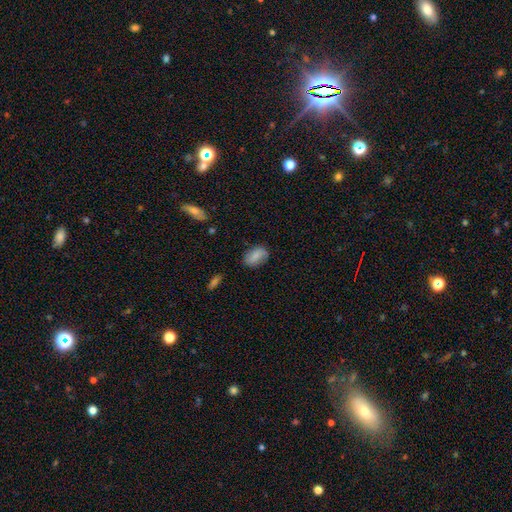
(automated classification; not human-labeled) The model was most divided on "merging": none: 77%, minor disturbance: 18%, major disturbance: 4%, merger: 2%. More confident: how rounded — in between (90%); smooth or featured — smooth (80%).